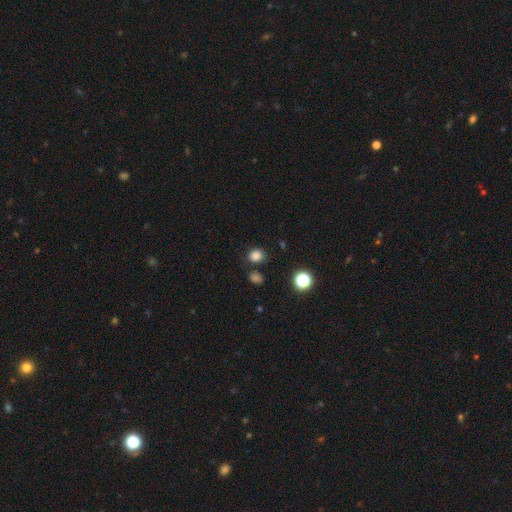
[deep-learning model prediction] Q: Smooth or featured?
A: smooth (81%); runner-up: star or artifact (15%)
Q: How rounded?
A: round (62%); runner-up: in between (37%)
Q: Merging?
A: none (78%); runner-up: minor disturbance (12%)